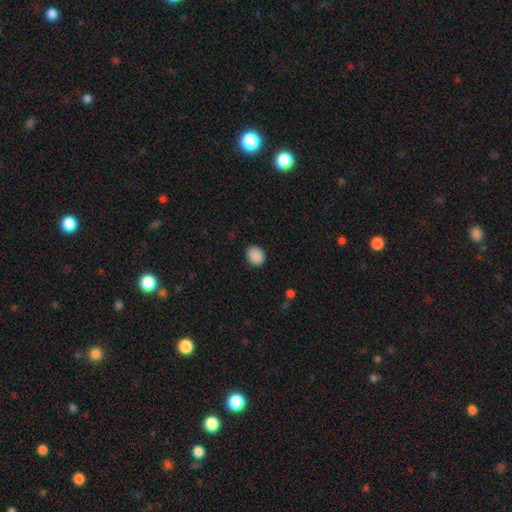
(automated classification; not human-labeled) Overall: smooth (89%). How rounded: round (57%; in between 42%). Merging: none (87%).